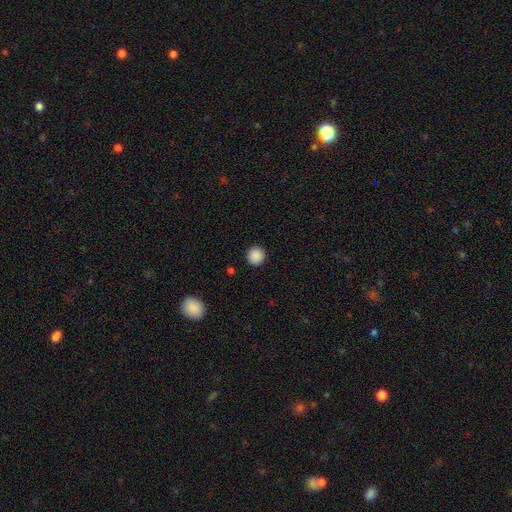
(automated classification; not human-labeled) This is clearly a smooth galaxy (89%). How rounded: clearly round (93%). Merging: clearly none (92%).